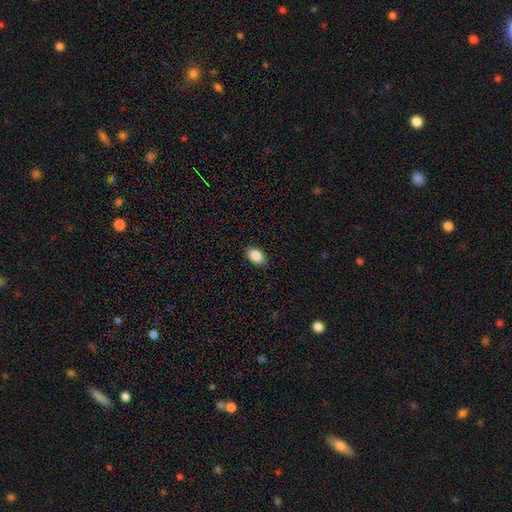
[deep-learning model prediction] Overall: smooth (87%). How rounded: in between (91%). Merging: none (89%).